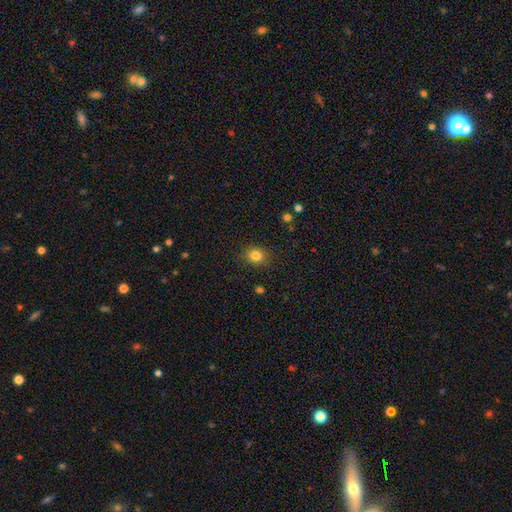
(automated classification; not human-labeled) Smooth or featured? smooth (83%)
How rounded? round (63%)
Merging? none (84%)